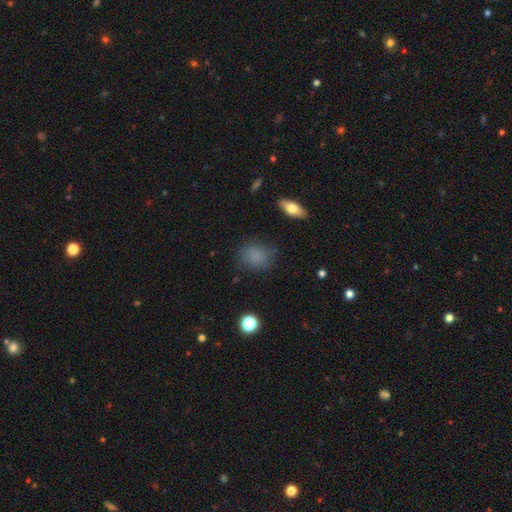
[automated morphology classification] Q: Smooth or featured?
A: smooth (82%); runner-up: star or artifact (11%)
Q: How rounded?
A: round (54%); runner-up: in between (44%)
Q: Merging?
A: none (79%); runner-up: minor disturbance (14%)